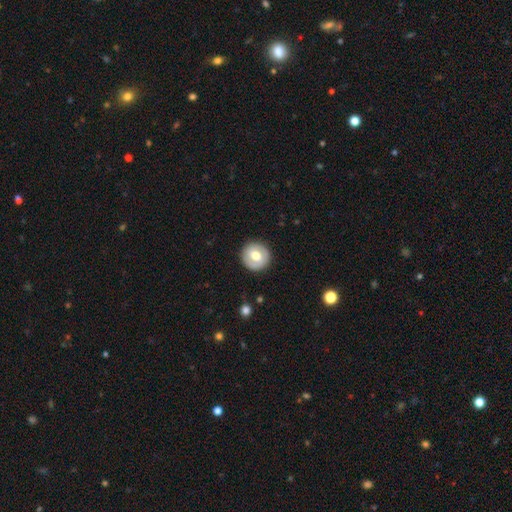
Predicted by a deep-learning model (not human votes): Overall: smooth (60%; featured or disk 34%). How rounded: round (94%). Merging: none (88%).